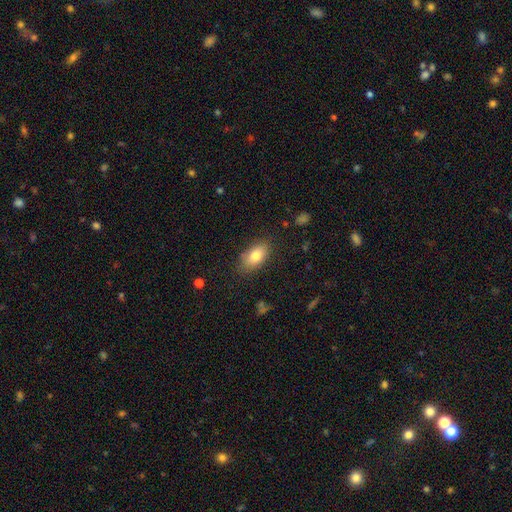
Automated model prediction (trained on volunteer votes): A smooth galaxy with no disk features (80%) that is in between round and cigar-shaped (90%). Merging: none (80%).